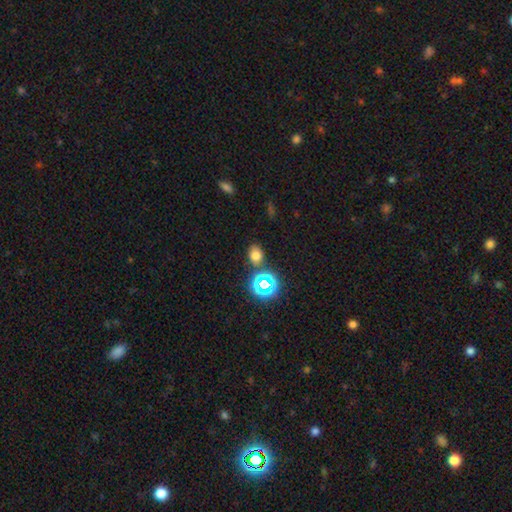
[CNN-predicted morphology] Smooth or featured: smooth — 67% (star or artifact — 26%)
How rounded: in between — 60% (round — 39%)
Merging: none — 80% (minor disturbance — 10%)